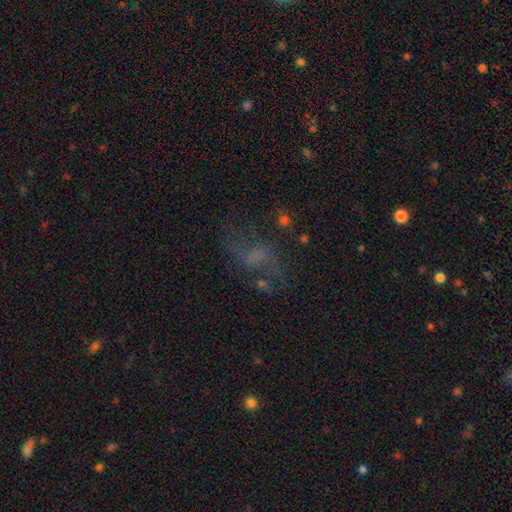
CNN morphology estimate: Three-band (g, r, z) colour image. It shows a featured or disk galaxy (43%). Merging: none (52%).